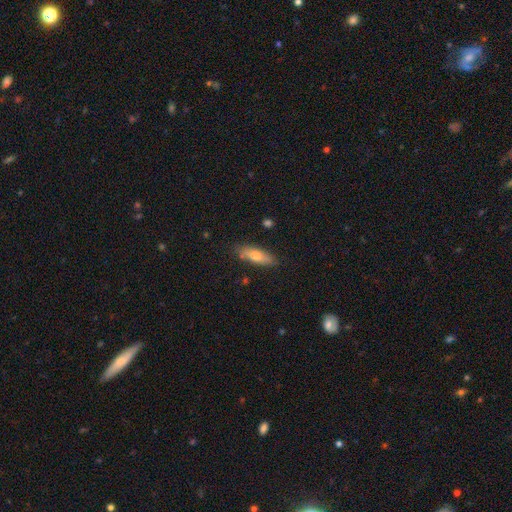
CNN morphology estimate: Smooth or featured?
  - smooth: 65% *
  - featured or disk: 29%
  - star or artifact: 6%
How rounded?
  - in between: 52% *
  - cigar-shaped: 46%
  - round: 3%
Merging?
  - none: 81% *
  - minor disturbance: 14%
  - major disturbance: 3%
  - merger: 2%